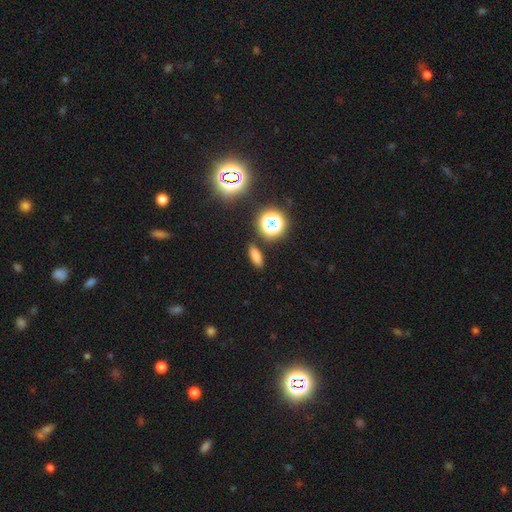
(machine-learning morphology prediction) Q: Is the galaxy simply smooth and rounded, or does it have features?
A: smooth — 73%.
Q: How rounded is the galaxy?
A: in between — 66%.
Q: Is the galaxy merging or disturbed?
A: none — 84%.